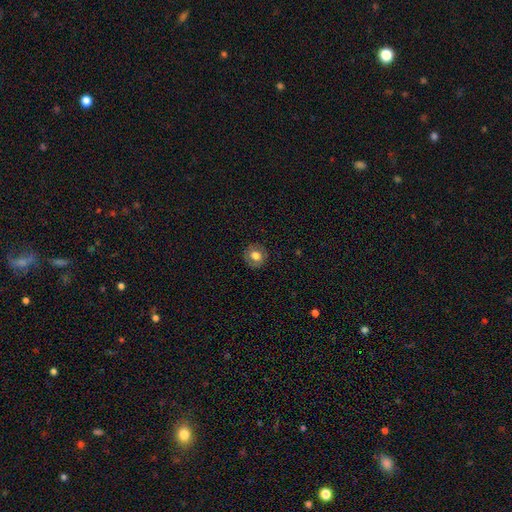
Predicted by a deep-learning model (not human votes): Smooth or featured: smooth — 73% (featured or disk — 17%)
How rounded: round — 87% (in between — 12%)
Merging: none — 86% (minor disturbance — 10%)